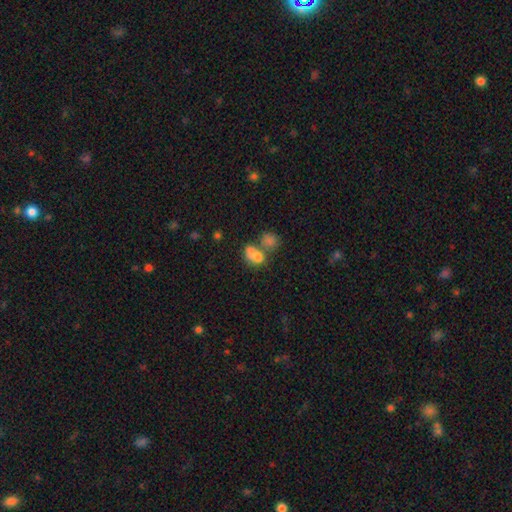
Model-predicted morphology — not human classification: The model was most divided on "how rounded": in between: 57%, round: 41%, cigar-shaped: 2%. More confident: smooth or featured — smooth (71%); merging — merger (60%).